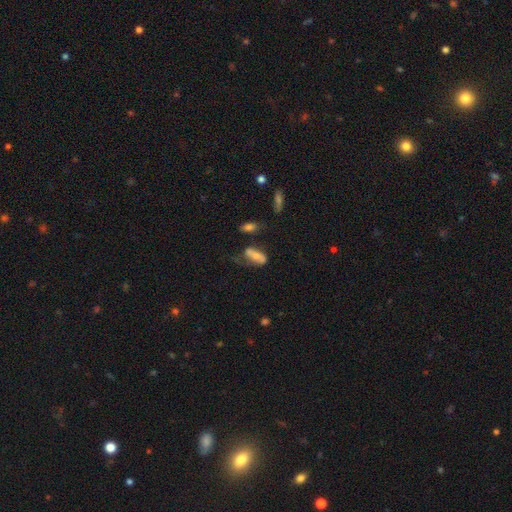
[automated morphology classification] A smooth galaxy with no disk features (55%) that is in between round and cigar-shaped (78%). Merging: none (35%).